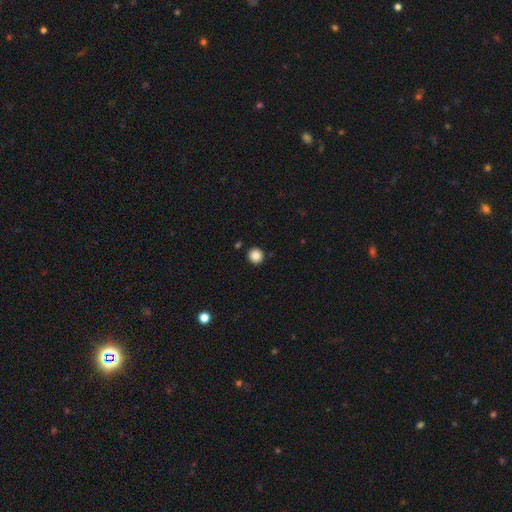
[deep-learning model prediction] Overall: smooth (85%). How rounded: round (94%). Merging: none (91%).